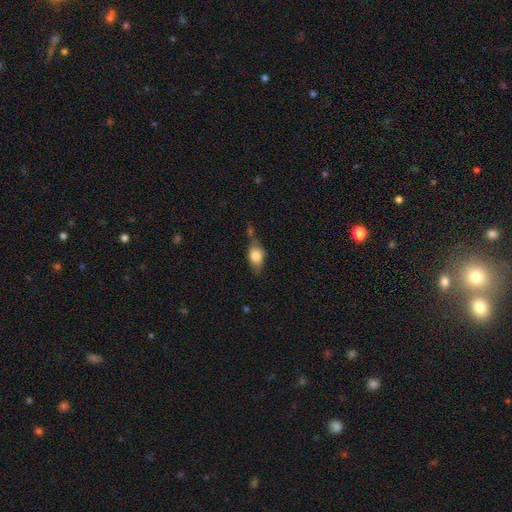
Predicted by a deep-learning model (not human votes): smooth_or_featured: smooth (p=0.73) [alt: featured or disk p=0.19]
how_rounded: in between (p=0.80) [alt: round p=0.14]
merging: none (p=0.43) [alt: minor disturbance p=0.27]